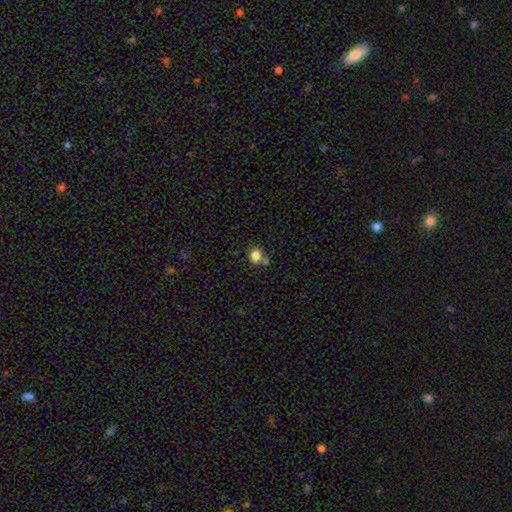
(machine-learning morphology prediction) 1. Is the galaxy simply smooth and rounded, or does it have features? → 82% smooth, 12% star or artifact, 6% featured or disk.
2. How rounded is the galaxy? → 78% round, 21% in between, 1% cigar-shaped.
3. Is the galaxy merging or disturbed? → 68% none, 16% merger, 11% minor disturbance, 4% major disturbance.